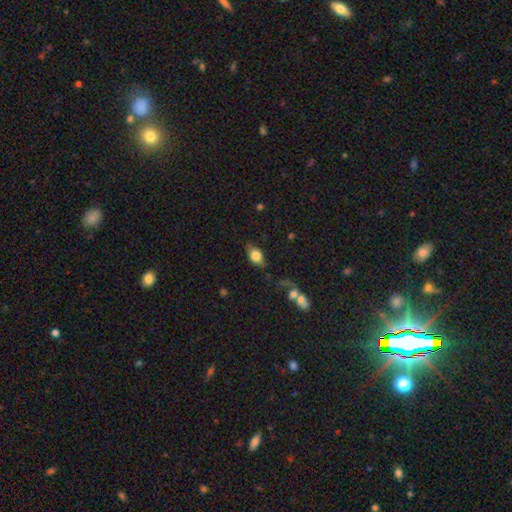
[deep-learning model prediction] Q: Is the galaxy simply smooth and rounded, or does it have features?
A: smooth — 74%.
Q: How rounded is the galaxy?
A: in between — 82%.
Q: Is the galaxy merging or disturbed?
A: none — 69%.